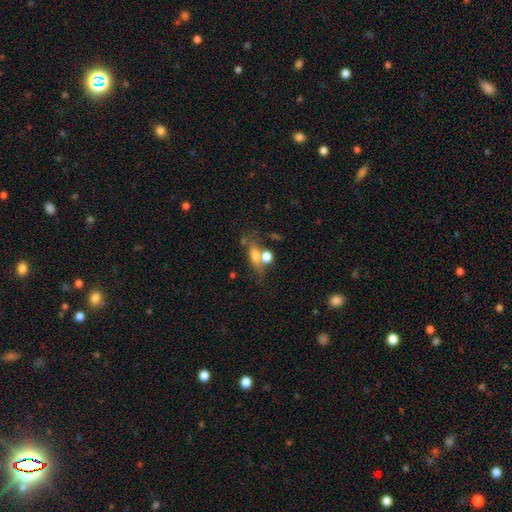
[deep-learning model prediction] Smooth or featured?
  - smooth: 60% *
  - featured or disk: 27%
  - star or artifact: 13%
How rounded?
  - in between: 55% *
  - cigar-shaped: 25%
  - round: 20%
Merging?
  - none: 44% *
  - merger: 31%
  - minor disturbance: 15%
  - major disturbance: 10%